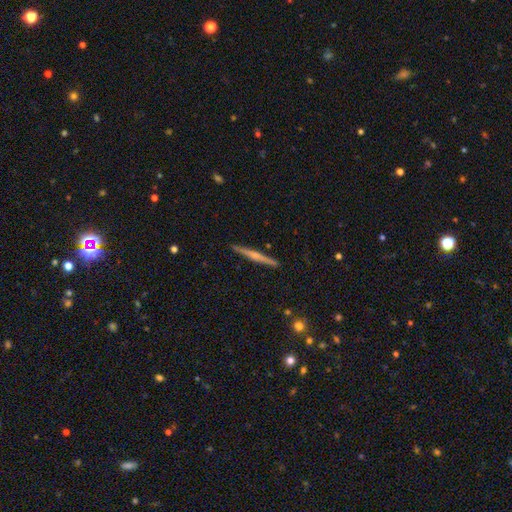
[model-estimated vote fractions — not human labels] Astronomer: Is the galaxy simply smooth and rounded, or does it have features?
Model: featured or disk — 61%.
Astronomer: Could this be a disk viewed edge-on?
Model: yes — 98%.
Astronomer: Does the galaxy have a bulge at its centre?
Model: rounded — 55% (runner-up: none, 34%).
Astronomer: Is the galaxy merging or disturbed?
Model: none — 91%.